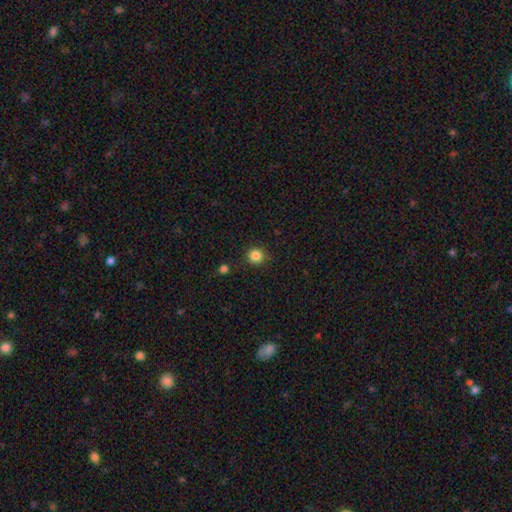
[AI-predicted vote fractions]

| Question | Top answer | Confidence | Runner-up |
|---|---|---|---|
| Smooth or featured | smooth | 84% | star or artifact (12%) |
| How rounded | round | 94% | in between (5%) |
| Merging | none | 89% | minor disturbance (6%) |